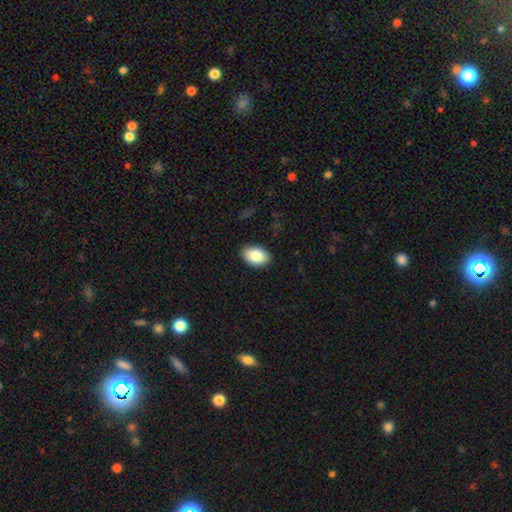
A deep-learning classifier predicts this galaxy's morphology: This is clearly a smooth galaxy (85%). How rounded: clearly in between (91%). Merging: clearly none (89%).